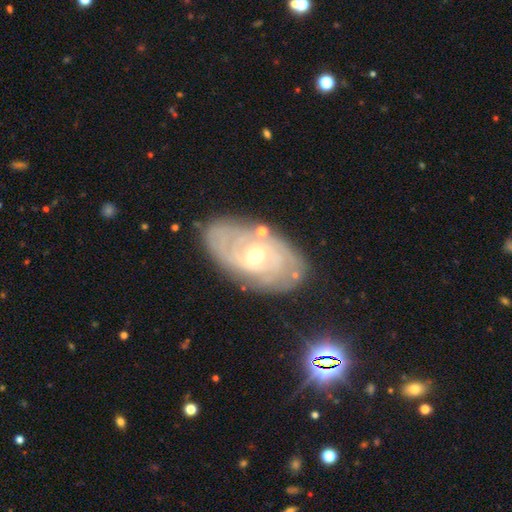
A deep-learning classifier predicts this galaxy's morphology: Q: Smooth or featured?
A: featured or disk (81%); runner-up: smooth (11%)
Q: Edge-on disk?
A: no (95%); runner-up: yes (5%)
Q: Bar?
A: no (63%); runner-up: weak (30%)
Q: Spiral arms?
A: yes (91%); runner-up: no (9%)
Q: Spiral winding?
A: tight (70%); runner-up: medium (23%)
Q: Spiral arm count?
A: can't tell (43%); runner-up: 2 (25%)
Q: Bulge size?
A: small (57%); runner-up: moderate (40%)
Q: Merging?
A: none (77%); runner-up: minor disturbance (15%)